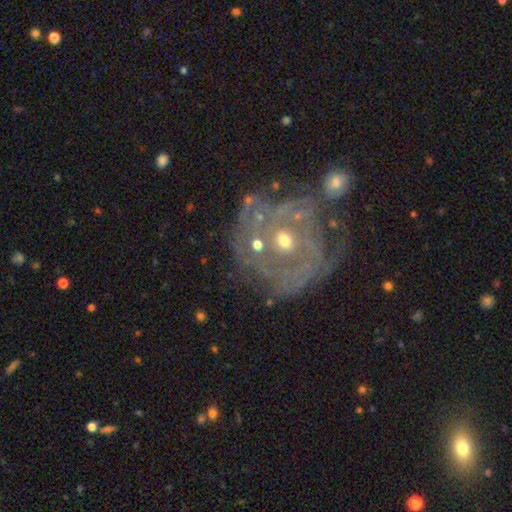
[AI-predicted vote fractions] The model was most divided on "bulge size": small: 55%, moderate: 40%, large: 2%, none: 2%, dominant: 1%. Remaining: edge-on disk — no (96%); spiral arms — yes (79%); smooth or featured — featured or disk (76%); spiral winding — tight (69%); bar — no (67%); merging — none (64%); spiral arm count — can't tell (46%).